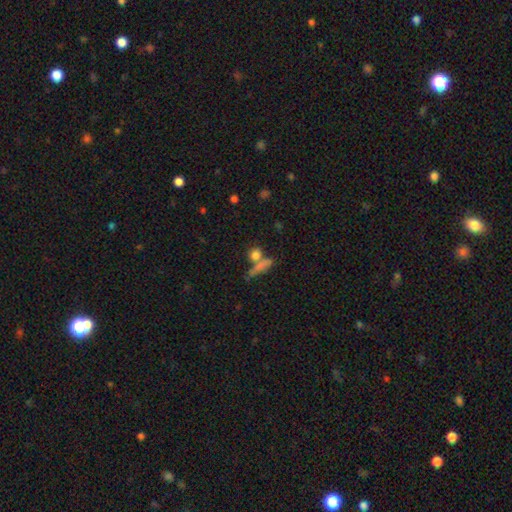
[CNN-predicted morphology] type=smooth (74%); roundness=round (52%); merging=none (54%).